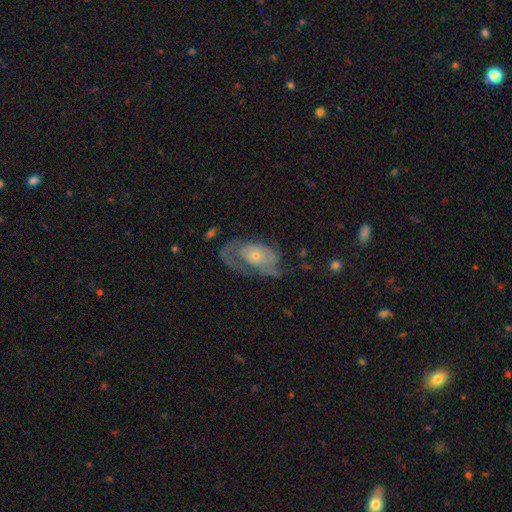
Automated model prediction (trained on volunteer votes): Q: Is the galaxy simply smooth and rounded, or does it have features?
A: featured or disk — 69%.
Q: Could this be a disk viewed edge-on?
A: no — 95%.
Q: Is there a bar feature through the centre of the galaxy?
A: no — 82%.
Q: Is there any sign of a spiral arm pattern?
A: yes — 72%.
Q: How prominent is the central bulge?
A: small — 68%.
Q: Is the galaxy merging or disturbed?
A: none — 41%.